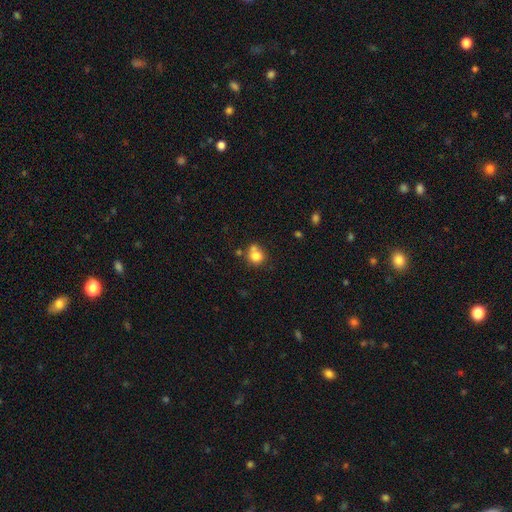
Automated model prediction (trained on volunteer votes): Q: Smooth or featured?
A: smooth (78%); runner-up: star or artifact (11%)
Q: How rounded?
A: round (81%); runner-up: in between (18%)
Q: Merging?
A: none (52%); runner-up: merger (28%)